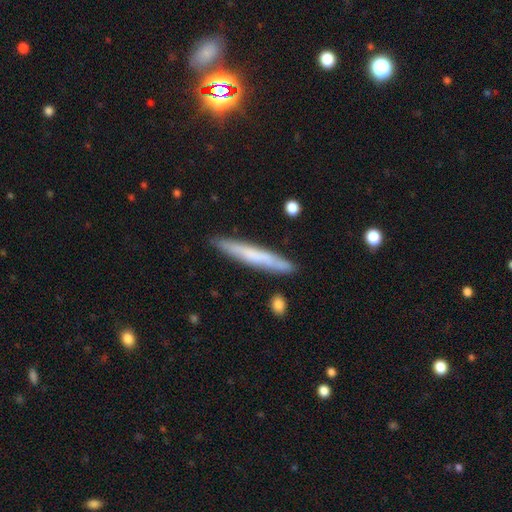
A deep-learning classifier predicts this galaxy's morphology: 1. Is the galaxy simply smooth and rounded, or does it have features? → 58% smooth, 35% featured or disk, 6% star or artifact.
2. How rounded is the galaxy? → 95% cigar-shaped, 4% in between, 1% round.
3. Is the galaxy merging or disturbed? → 85% none, 10% minor disturbance, 2% merger, 2% major disturbance.